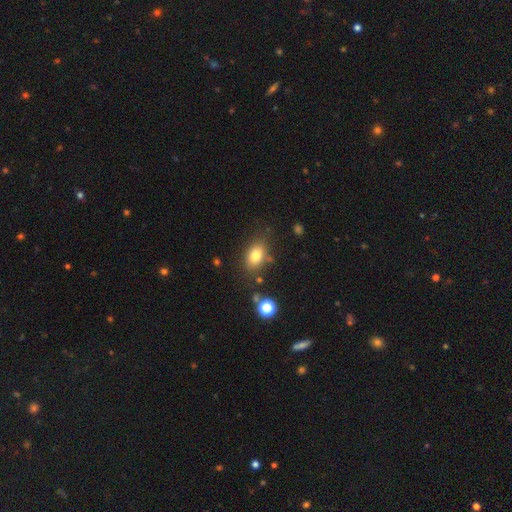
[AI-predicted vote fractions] Overall: smooth (78%). How rounded: in between (79%). Merging: none (76%).